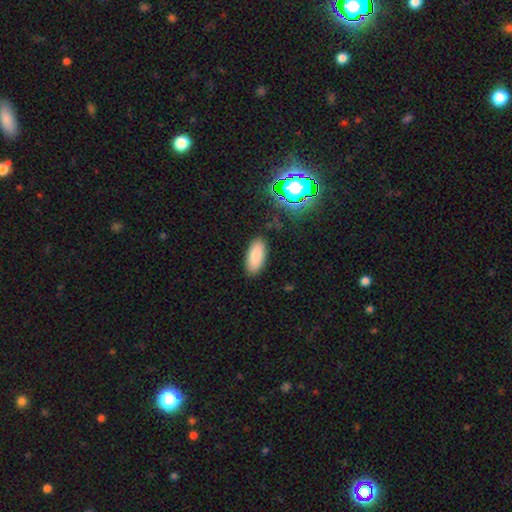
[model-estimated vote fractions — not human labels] Smooth or featured?
  - smooth: 84% *
  - star or artifact: 9%
  - featured or disk: 7%
How rounded?
  - in between: 89% *
  - cigar-shaped: 9%
  - round: 2%
Merging?
  - none: 87% *
  - minor disturbance: 9%
  - major disturbance: 2%
  - merger: 1%